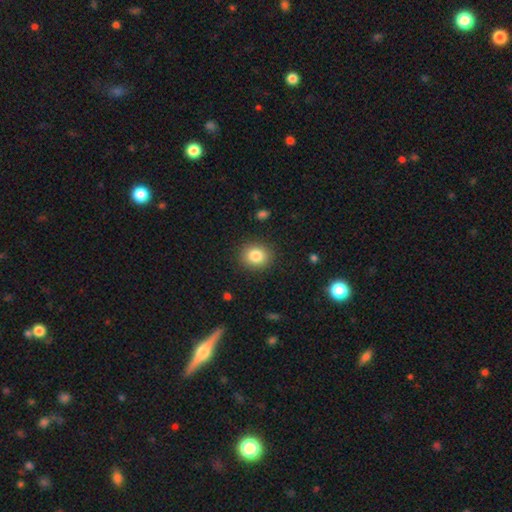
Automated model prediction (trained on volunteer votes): Q: Smooth or featured?
A: smooth (84%); runner-up: star or artifact (10%)
Q: How rounded?
A: round (75%); runner-up: in between (24%)
Q: Merging?
A: none (89%); runner-up: minor disturbance (7%)